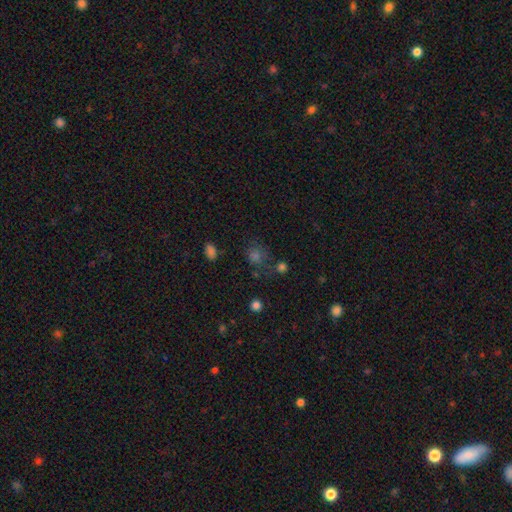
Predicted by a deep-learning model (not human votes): A smooth galaxy with no disk features (62%) that is round (73%).

Vote fractions:
- Smooth or featured? smooth: 62% / star or artifact: 29% / featured or disk: 9%
- How rounded? round: 73% / in between: 26% / cigar-shaped: 1%
- Merging? none: 63% / minor disturbance: 18% / major disturbance: 10% / merger: 9%